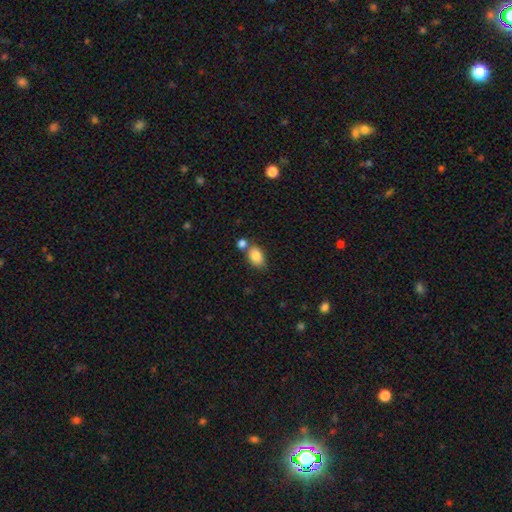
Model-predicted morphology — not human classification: The model was most divided on "merging": none: 56%, merger: 27%, minor disturbance: 13%, major disturbance: 4%. More confident: how rounded — in between (85%); smooth or featured — smooth (85%).